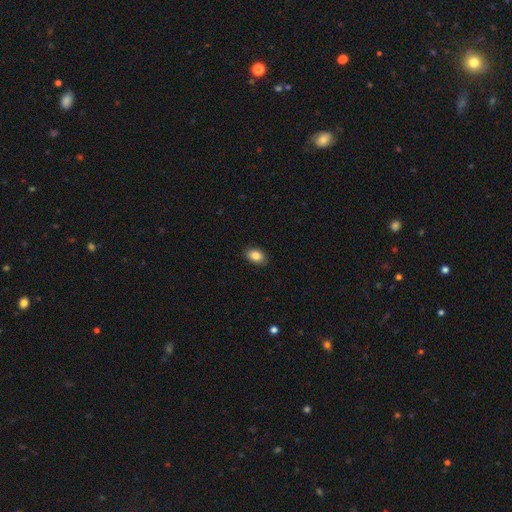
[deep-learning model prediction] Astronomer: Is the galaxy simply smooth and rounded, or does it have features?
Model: smooth — 86%.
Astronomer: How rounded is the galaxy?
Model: in between — 87%.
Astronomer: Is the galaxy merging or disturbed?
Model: none — 89%.